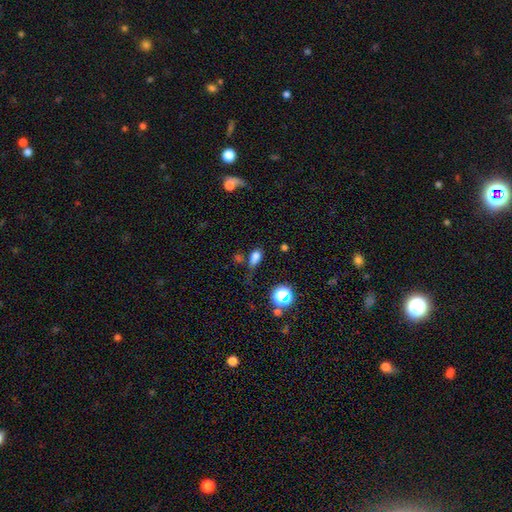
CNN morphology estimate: The model was most divided on "merging": none: 49%, minor disturbance: 23%, major disturbance: 14%, merger: 13%. More confident: how rounded — in between (80%); smooth or featured — smooth (76%).